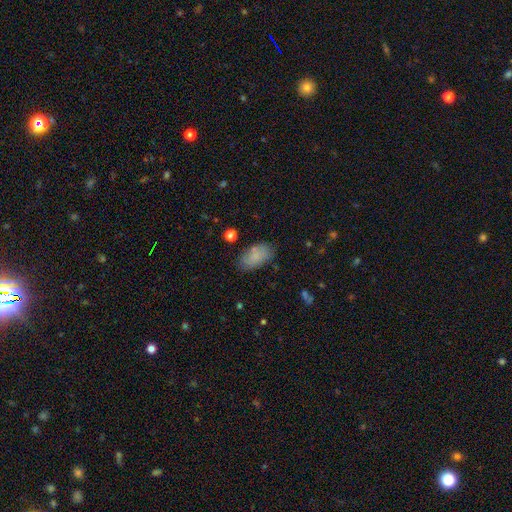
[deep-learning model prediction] This is likely a smooth galaxy (78%). How rounded: clearly in between (93%). Merging: likely none (74%).